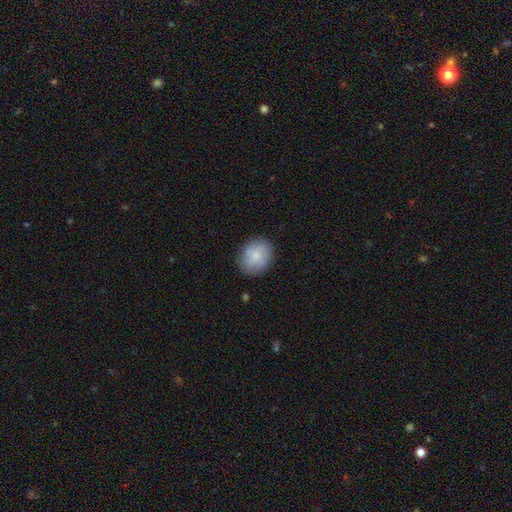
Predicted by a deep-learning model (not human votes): The model was most divided on "how rounded": round: 61%, in between: 38%, cigar-shaped: 1%. More confident: merging — none (80%); smooth or featured — smooth (76%).